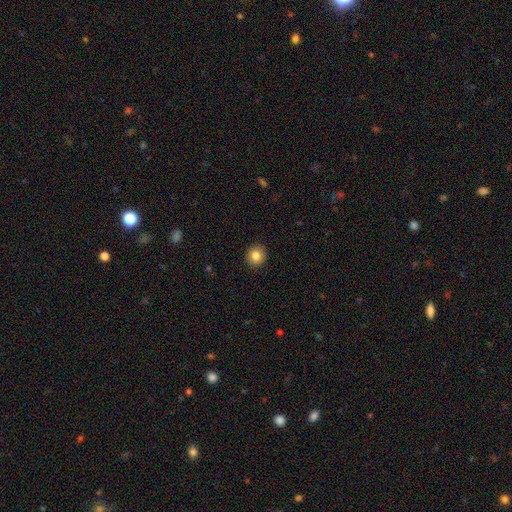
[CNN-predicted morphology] smooth 83%, star or artifact 10%, featured or disk 7%. Down the decision tree: how rounded — round (86%); merging — none (92%).